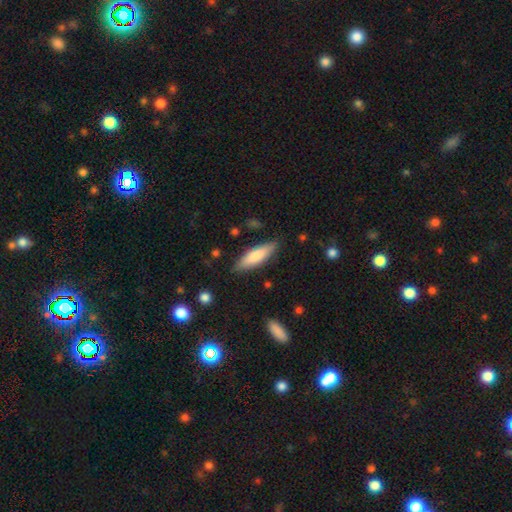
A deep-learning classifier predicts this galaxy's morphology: Overall: smooth (74%). How rounded: cigar-shaped (60%; in between 38%). Merging: none (84%).